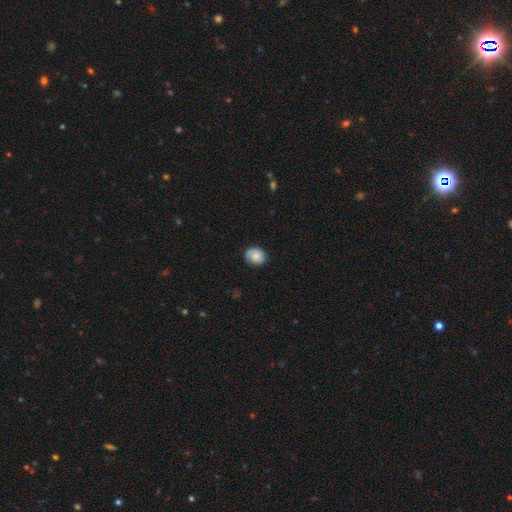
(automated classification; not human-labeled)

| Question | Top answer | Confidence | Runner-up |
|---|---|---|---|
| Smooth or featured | smooth | 72% | featured or disk (20%) |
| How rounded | round | 73% | in between (26%) |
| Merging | none | 78% | minor disturbance (17%) |